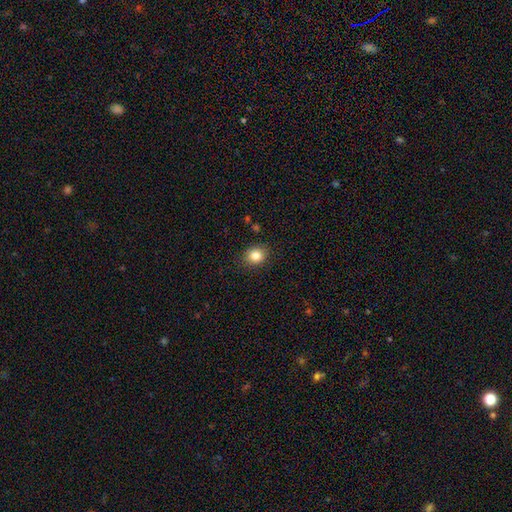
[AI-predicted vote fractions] smooth_or_featured: smooth (p=0.84) [alt: star or artifact p=0.10]
how_rounded: round (p=0.67) [alt: in between p=0.32]
merging: none (p=0.88) [alt: minor disturbance p=0.09]